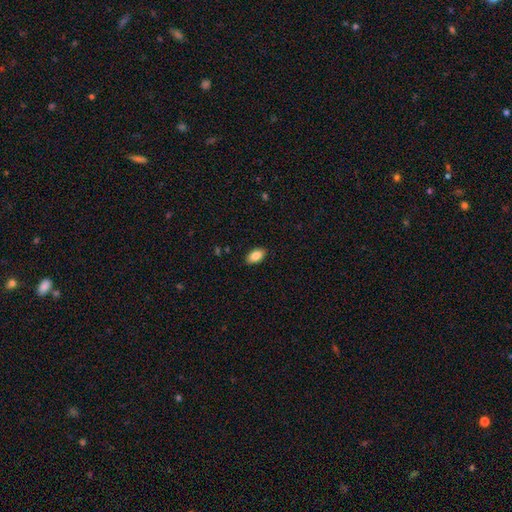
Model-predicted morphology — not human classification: This is clearly a smooth galaxy (87%). How rounded: clearly in between (93%). Merging: clearly none (88%).